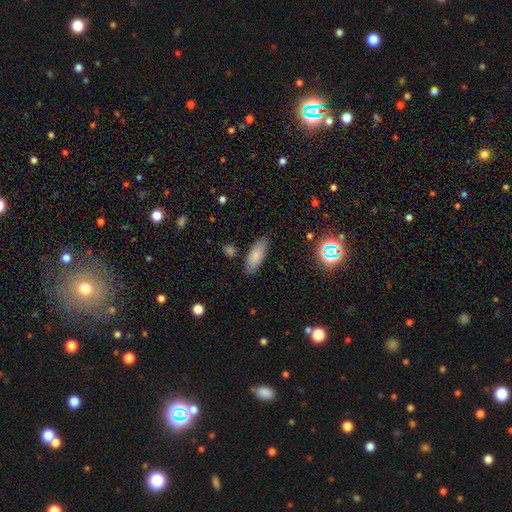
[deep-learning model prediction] This appears to be a smooth galaxy with no disk features (79%) that is in between round and cigar-shaped (77%). Merging: none (82%).